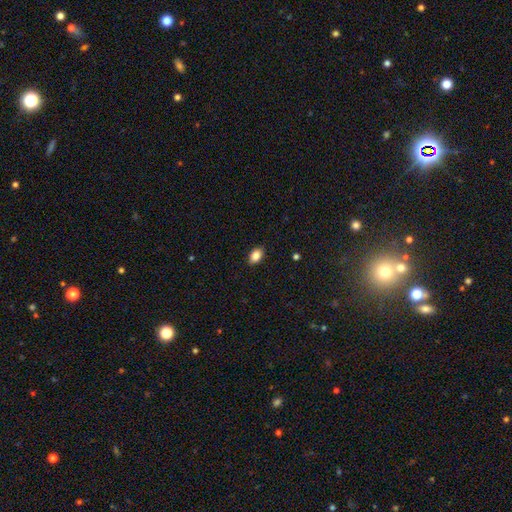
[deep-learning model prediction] A smooth galaxy with no disk features (87%) that is in between round and cigar-shaped (86%).

Vote fractions:
- Smooth or featured? smooth: 87% / star or artifact: 9% / featured or disk: 5%
- How rounded? in between: 86% / round: 12% / cigar-shaped: 2%
- Merging? none: 88% / minor disturbance: 9% / major disturbance: 2% / merger: 1%